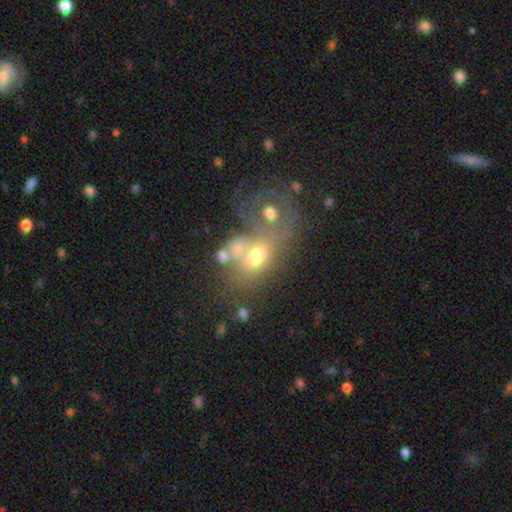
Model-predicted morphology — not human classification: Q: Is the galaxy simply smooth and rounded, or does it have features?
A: smooth — 48%.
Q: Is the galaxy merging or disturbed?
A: merger — 50%.